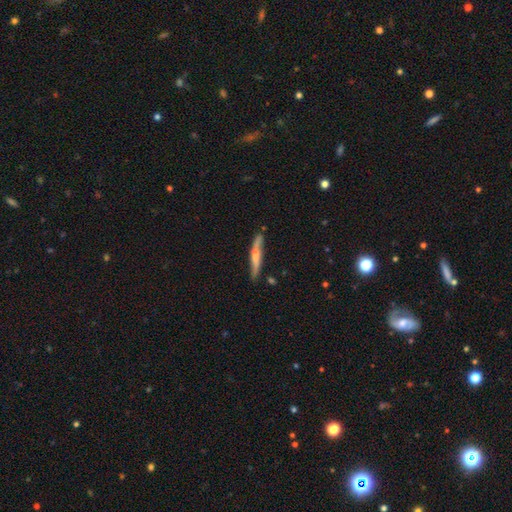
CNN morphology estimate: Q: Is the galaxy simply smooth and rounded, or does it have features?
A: smooth — 53%.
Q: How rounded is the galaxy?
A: cigar-shaped — 91%.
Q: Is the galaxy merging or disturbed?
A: none — 69%.